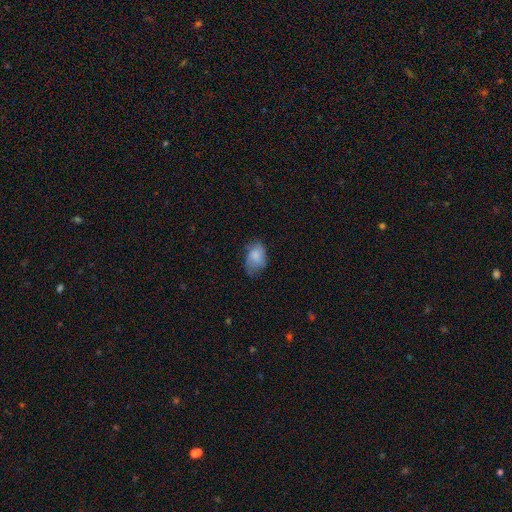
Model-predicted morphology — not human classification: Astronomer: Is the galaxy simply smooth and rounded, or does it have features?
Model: smooth — 75%.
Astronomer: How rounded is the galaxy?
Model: in between — 87%.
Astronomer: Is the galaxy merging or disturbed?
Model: none — 52% (runner-up: minor disturbance, 33%).